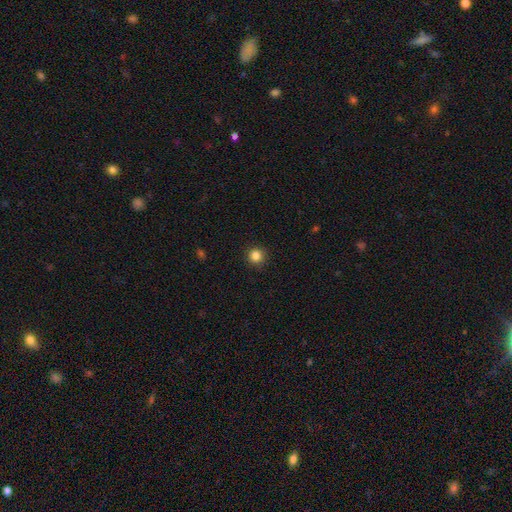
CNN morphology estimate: This is clearly a smooth galaxy (85%). How rounded: clearly round (95%). Merging: clearly none (92%).